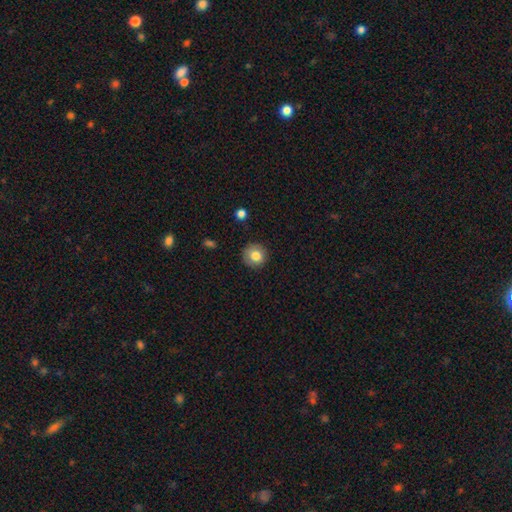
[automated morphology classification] type=smooth (81%); roundness=round (92%); merging=none (88%).